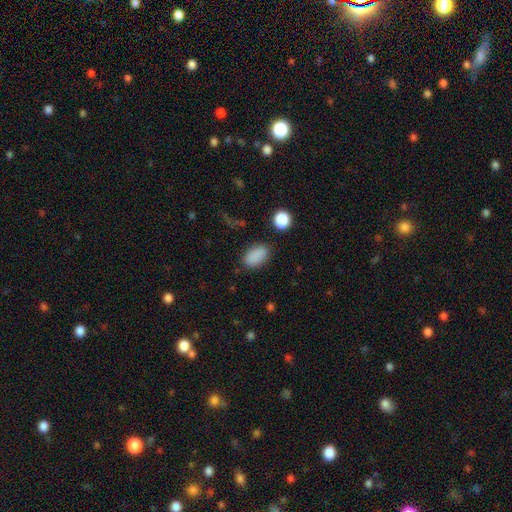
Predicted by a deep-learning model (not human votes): Smooth or featured? smooth (87%)
How rounded? in between (90%)
Merging? none (82%)